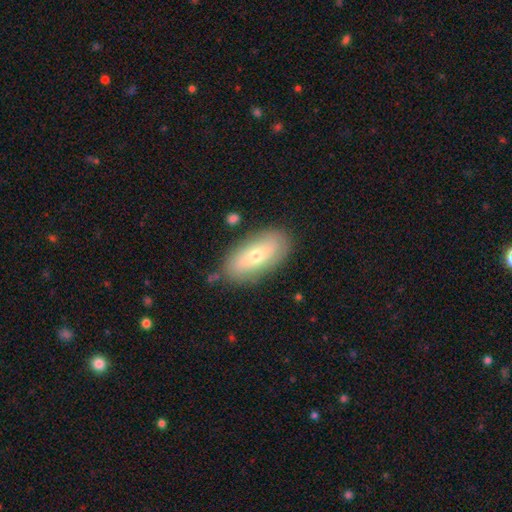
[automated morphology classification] smooth-or-featured: smooth: 59% | featured or disk: 33% | star or artifact: 7%
  how-rounded: in between: 87% | cigar-shaped: 10% | round: 4%
  merging: none: 80% | minor disturbance: 13% | major disturbance: 4% | merger: 3%